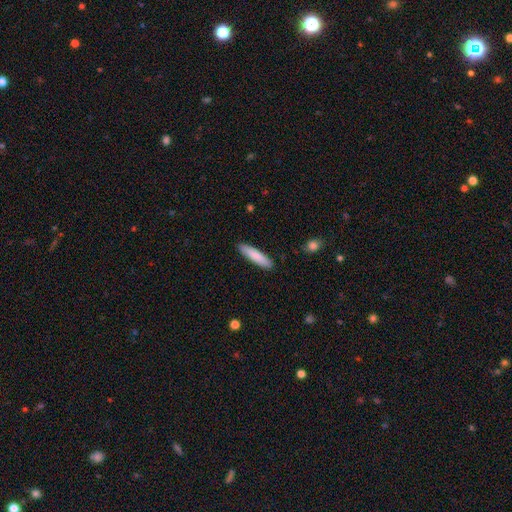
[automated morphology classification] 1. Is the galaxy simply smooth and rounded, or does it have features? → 85% smooth, 10% featured or disk, 5% star or artifact.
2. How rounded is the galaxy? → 80% cigar-shaped, 19% in between, 1% round.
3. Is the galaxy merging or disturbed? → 89% none, 8% minor disturbance, 2% major disturbance, 1% merger.